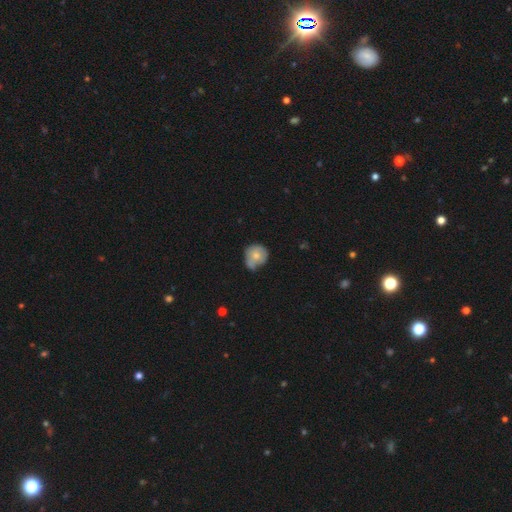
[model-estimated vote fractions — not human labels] A smooth galaxy with no disk features (66%) that is round (82%). Merging: none (46%).